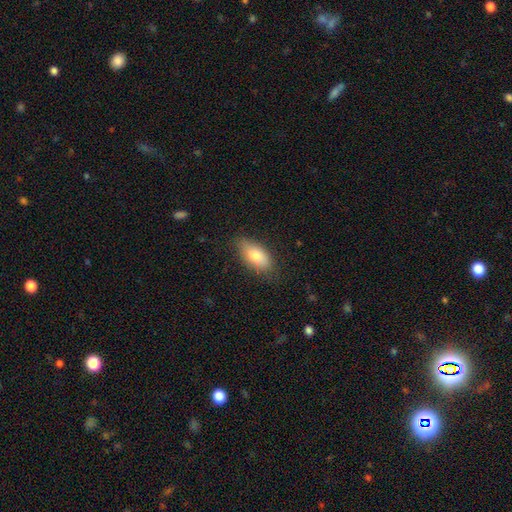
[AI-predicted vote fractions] This is likely a smooth galaxy (77%). How rounded: clearly in between (89%). Merging: clearly none (80%).